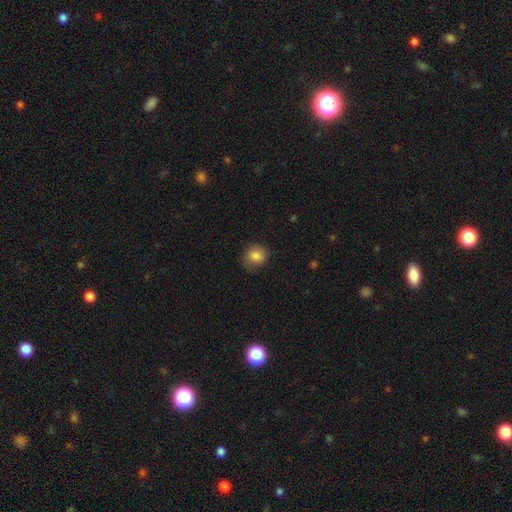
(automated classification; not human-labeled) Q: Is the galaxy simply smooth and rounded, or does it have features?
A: smooth — 84%.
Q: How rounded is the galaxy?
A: round — 81%.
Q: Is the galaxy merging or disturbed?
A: none — 77%.